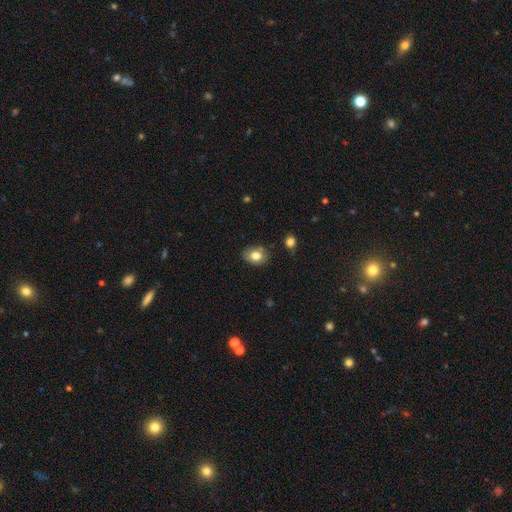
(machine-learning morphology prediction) smooth_or_featured: smooth (p=0.78) [alt: featured or disk p=0.13]
how_rounded: in between (p=0.60) [alt: round p=0.39]
merging: none (p=0.75) [alt: minor disturbance p=0.18]